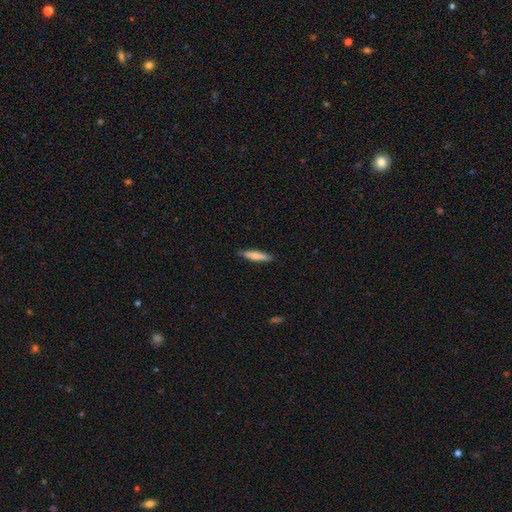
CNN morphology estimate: Smooth or featured: smooth — 68% (featured or disk — 27%)
How rounded: cigar-shaped — 84% (in between — 14%)
Merging: none — 87% (minor disturbance — 10%)